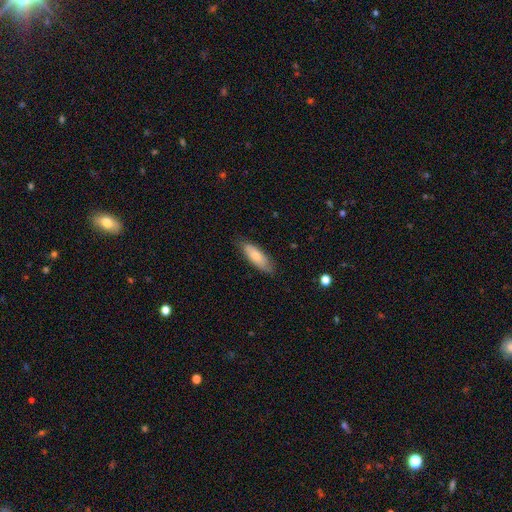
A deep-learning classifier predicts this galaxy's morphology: Smooth or featured? Predicted: smooth (p=0.72). How rounded? Predicted: in between (p=0.61). Merging? Predicted: none (p=0.78).